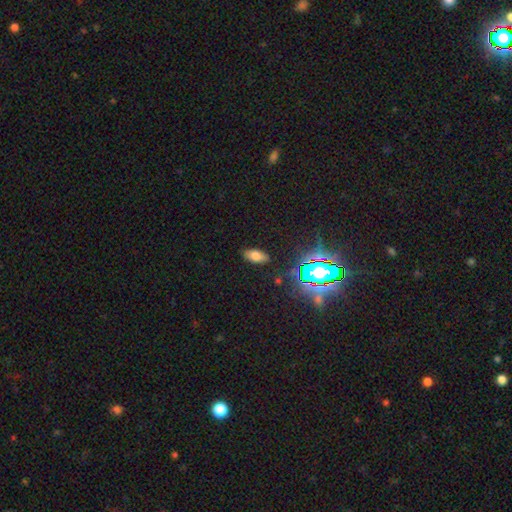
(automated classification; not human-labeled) smooth 69%, star or artifact 19%, featured or disk 13%. Down the decision tree: how rounded — in between (89%); merging — none (86%).